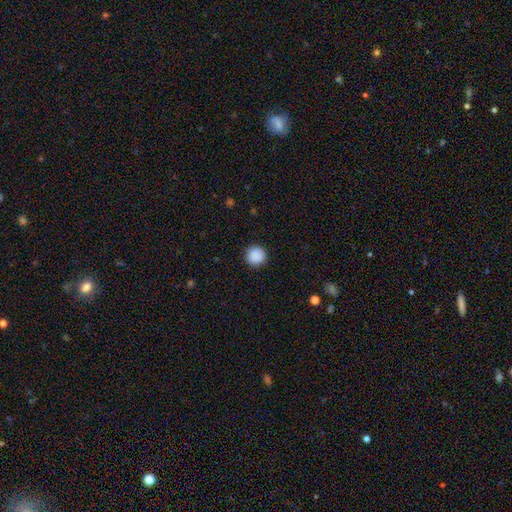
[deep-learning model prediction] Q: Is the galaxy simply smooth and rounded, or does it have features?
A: smooth — 89%.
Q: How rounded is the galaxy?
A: round — 95%.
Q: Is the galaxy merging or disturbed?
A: none — 92%.